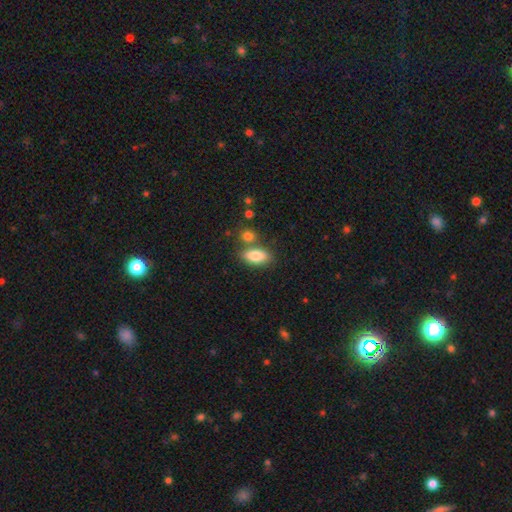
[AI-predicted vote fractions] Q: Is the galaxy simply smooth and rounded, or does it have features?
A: smooth — 84%.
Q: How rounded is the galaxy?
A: in between — 89%.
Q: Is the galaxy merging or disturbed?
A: none — 65%.